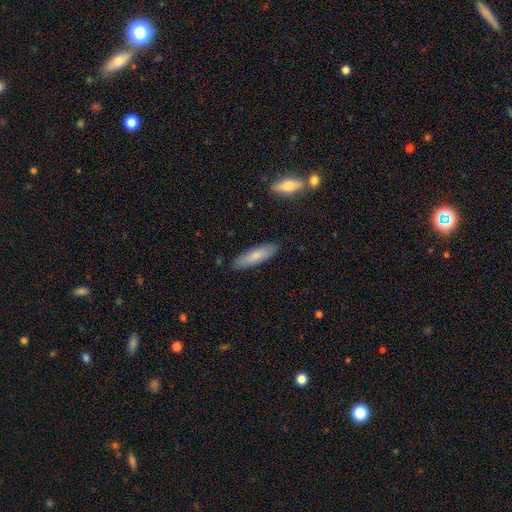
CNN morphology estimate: This appears to be a smooth galaxy with no disk features (77%) that is cigar-shaped (61%). Merging: none (86%).